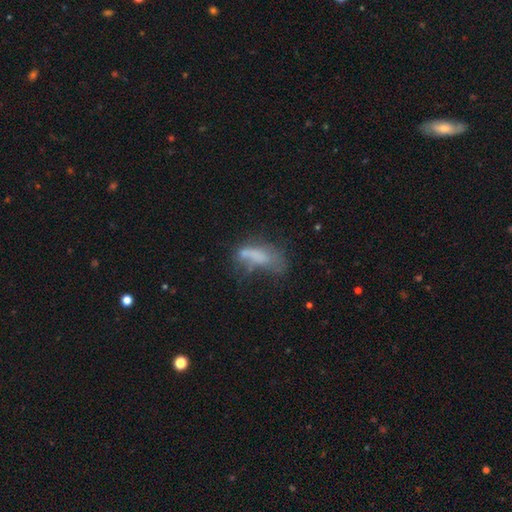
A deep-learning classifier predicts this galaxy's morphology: This appears to be a smooth galaxy with no disk features (55%) that is in between round and cigar-shaped (72%). Merging: major disturbance (36%).